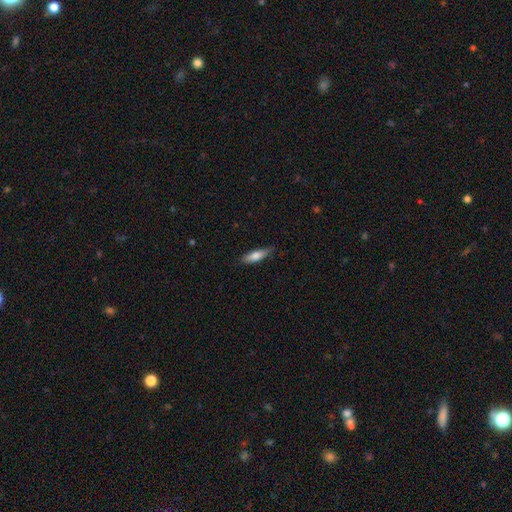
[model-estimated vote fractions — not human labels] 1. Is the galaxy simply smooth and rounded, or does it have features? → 71% smooth, 23% featured or disk, 6% star or artifact.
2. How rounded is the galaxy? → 59% cigar-shaped, 39% in between, 2% round.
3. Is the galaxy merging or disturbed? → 75% none, 21% minor disturbance, 3% major disturbance, 1% merger.